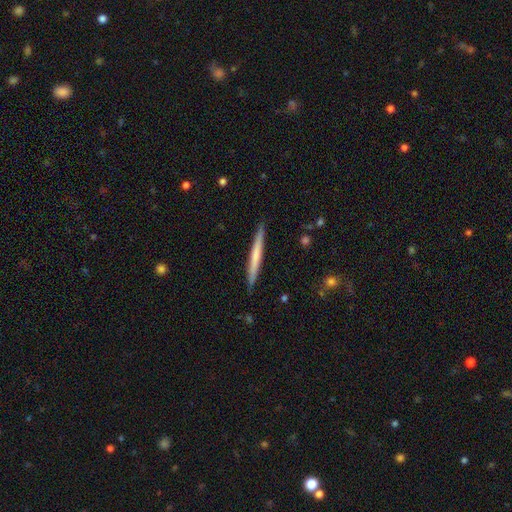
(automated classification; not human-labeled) The model was most divided on "smooth or featured": smooth: 56%, featured or disk: 39%, star or artifact: 5%. More confident: how rounded — cigar-shaped (97%); merging — none (90%).